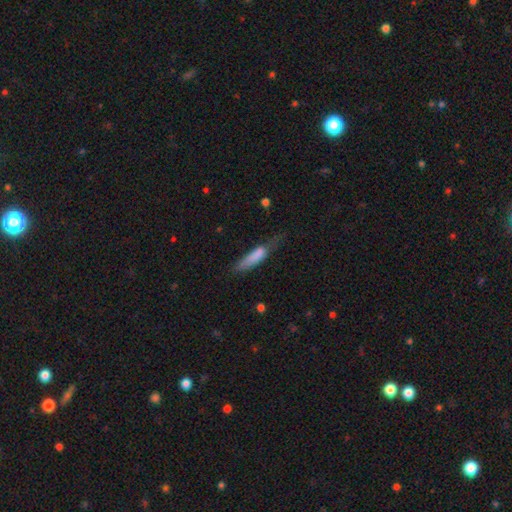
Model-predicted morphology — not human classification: Smooth or featured? Predicted: smooth (p=0.74). How rounded? Predicted: cigar-shaped (p=0.65). Merging? Predicted: minor disturbance (p=0.35).